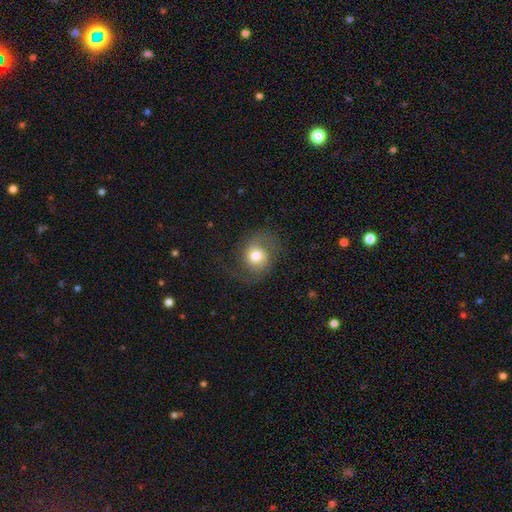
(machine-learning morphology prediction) Q: Smooth or featured?
A: featured or disk (56%); runner-up: smooth (35%)
Q: Edge-on disk?
A: no (97%); runner-up: yes (3%)
Q: Bar?
A: no (68%); runner-up: weak (25%)
Q: Spiral arms?
A: yes (88%); runner-up: no (12%)
Q: Bulge size?
A: moderate (63%); runner-up: large (20%)
Q: Merging?
A: none (68%); runner-up: minor disturbance (16%)